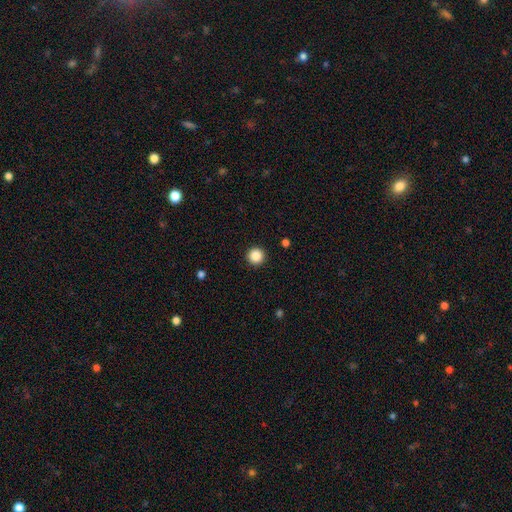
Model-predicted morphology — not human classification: smooth-or-featured: smooth: 87% | star or artifact: 10% | featured or disk: 3%
  how-rounded: round: 96% | in between: 3% | cigar-shaped: 1%
  merging: none: 93% | minor disturbance: 4% | major disturbance: 2% | merger: 1%